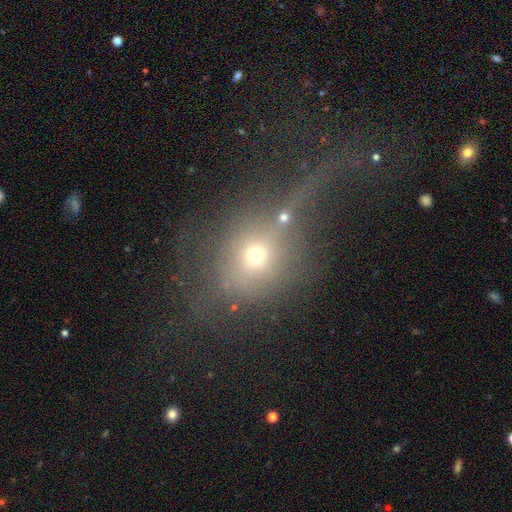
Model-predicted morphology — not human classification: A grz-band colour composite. It shows a smooth galaxy with no disk features (52%) that is round (74%). Merging: none (32%, tied with major disturbance).